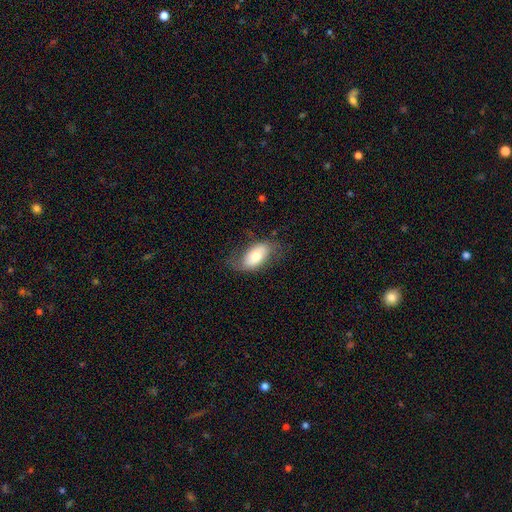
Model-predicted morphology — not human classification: Overall: smooth (64%; featured or disk 30%). How rounded: in between (92%). Merging: none (64%).